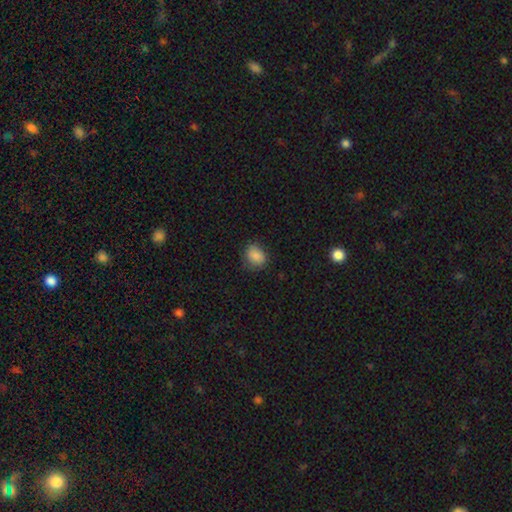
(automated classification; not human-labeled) The model was most divided on "how rounded": in between: 53%, round: 46%, cigar-shaped: 1%. More confident: smooth or featured — smooth (86%); merging — none (74%).